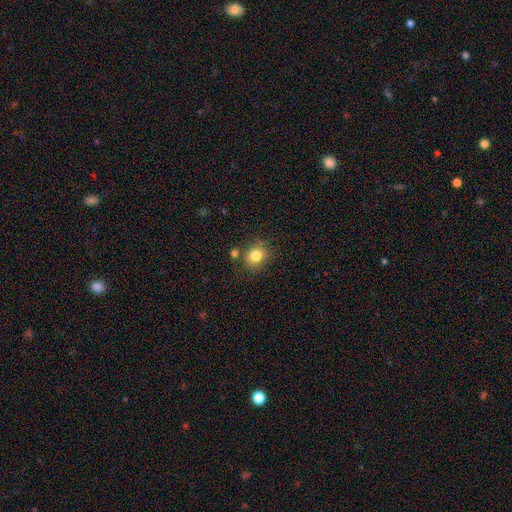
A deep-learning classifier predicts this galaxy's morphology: This is clearly a smooth galaxy (81%). How rounded: likely round (77%). Merging: likely none (76%).